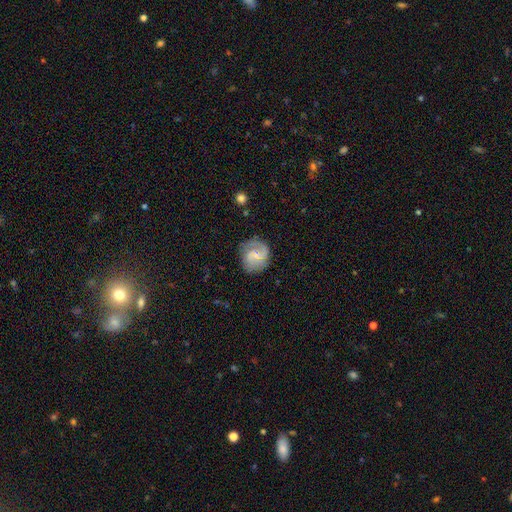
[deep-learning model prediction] A featured or disk galaxy (72%) with a weak bar (53%), 2 (72%) medium (47%) spiral arms (93%) and a small central bulge (54%). Merging: none (71%).